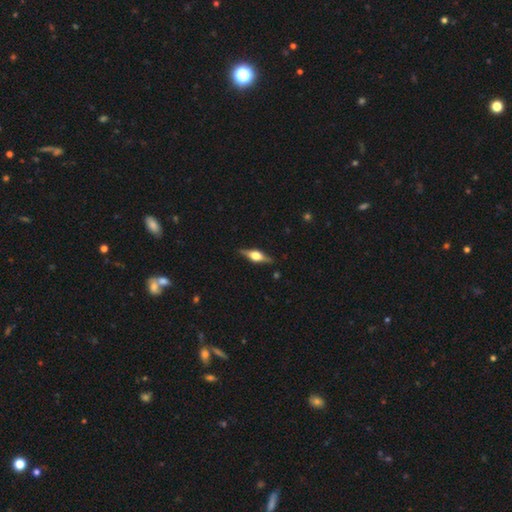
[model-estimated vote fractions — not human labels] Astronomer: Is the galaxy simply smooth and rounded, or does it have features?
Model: featured or disk — 75%.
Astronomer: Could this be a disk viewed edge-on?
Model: yes — 97%.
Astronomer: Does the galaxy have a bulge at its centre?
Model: rounded — 93%.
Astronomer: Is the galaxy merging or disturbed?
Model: none — 88%.